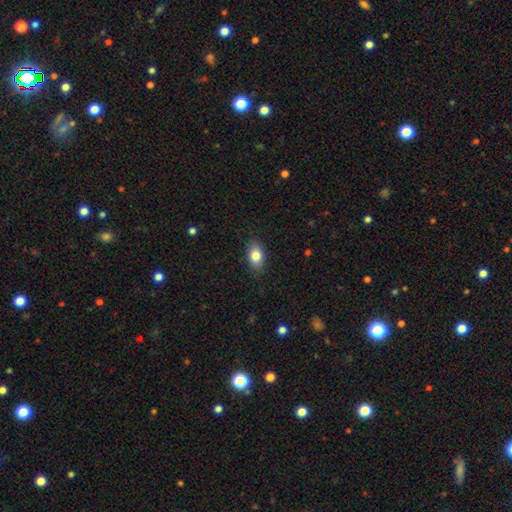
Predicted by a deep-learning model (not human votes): A smooth galaxy with no disk features (82%) that is in between round and cigar-shaped (86%). Merging: none (86%).